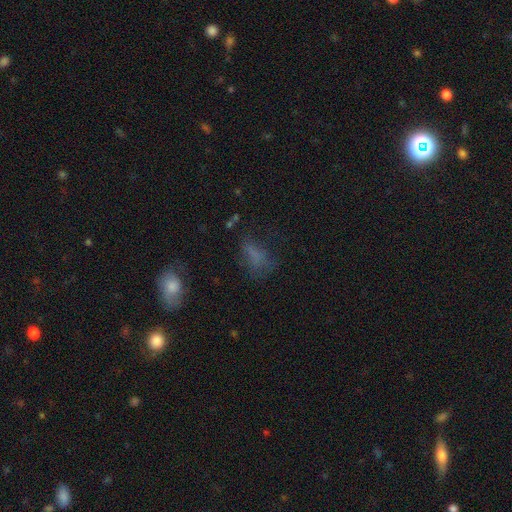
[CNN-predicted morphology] smooth_or_featured: smooth (p=0.59) [alt: star or artifact p=0.22]
how_rounded: in between (p=0.74) [alt: round p=0.15]
merging: none (p=0.44) [alt: major disturbance p=0.28]